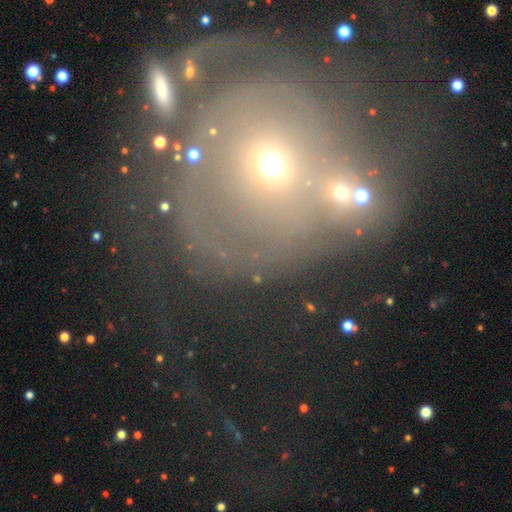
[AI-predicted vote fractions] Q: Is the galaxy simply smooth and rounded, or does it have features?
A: featured or disk — 38%.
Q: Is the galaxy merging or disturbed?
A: none — 41%.